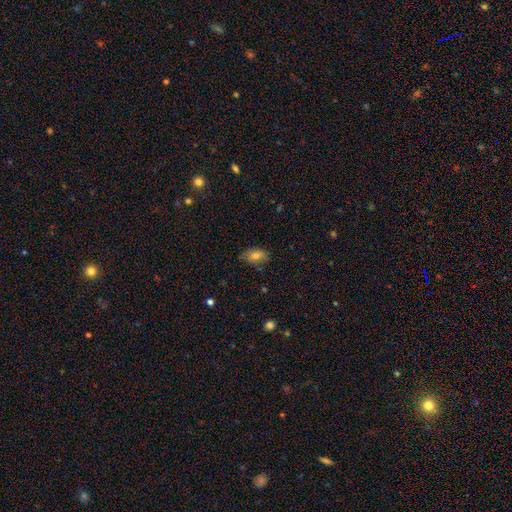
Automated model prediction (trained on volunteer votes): Morphology: type=smooth (69%); roundness=in between (84%); merging=none (74%).